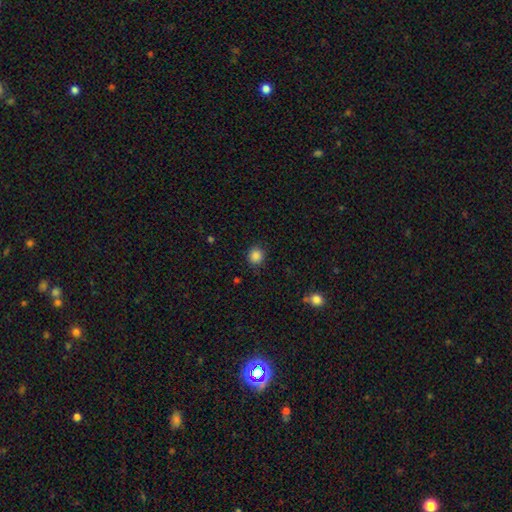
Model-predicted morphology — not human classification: A smooth galaxy with no disk features (86%) that is round (90%). Merging: none (89%).